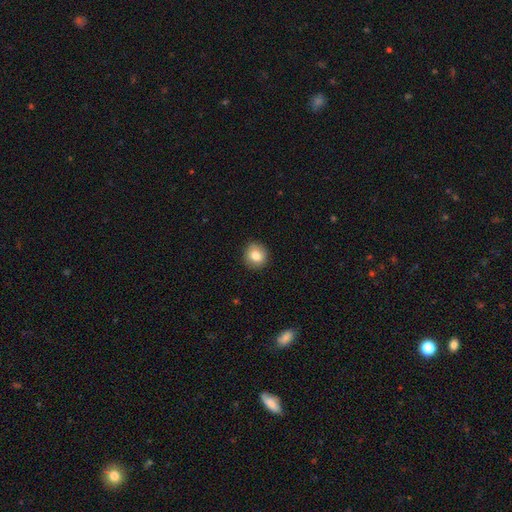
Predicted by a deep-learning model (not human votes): Smooth or featured: smooth — 82% (featured or disk — 9%)
How rounded: round — 87% (in between — 12%)
Merging: none — 89% (minor disturbance — 8%)